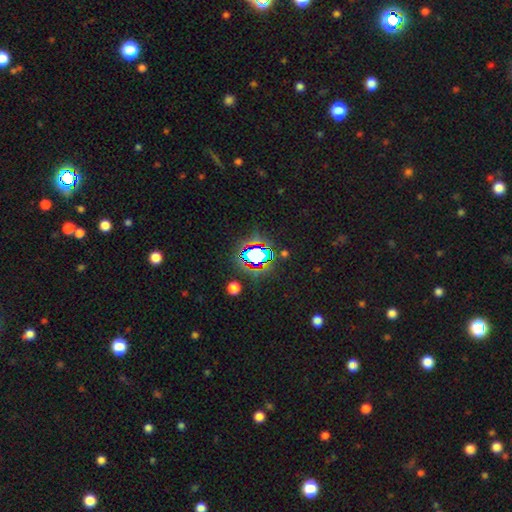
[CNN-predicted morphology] star or artifact 63%, smooth 24%, featured or disk 13%.